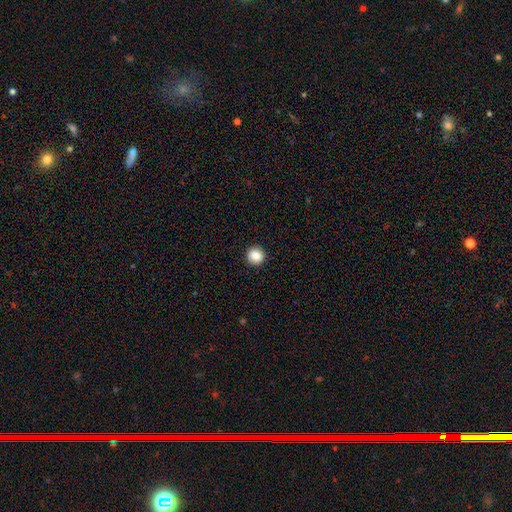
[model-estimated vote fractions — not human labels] smooth 87%, star or artifact 9%, featured or disk 4%. Down the decision tree: how rounded — round (94%); merging — none (93%).